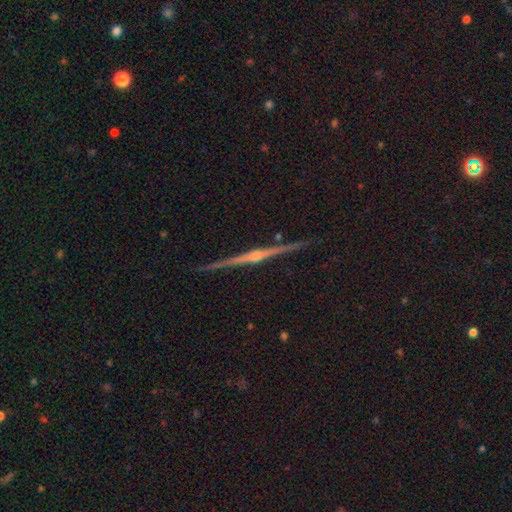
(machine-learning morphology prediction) Overall: featured or disk (87%). Edge-on disk: yes (99%). Edge-on bulge: rounded (88%). Merging: none (92%).